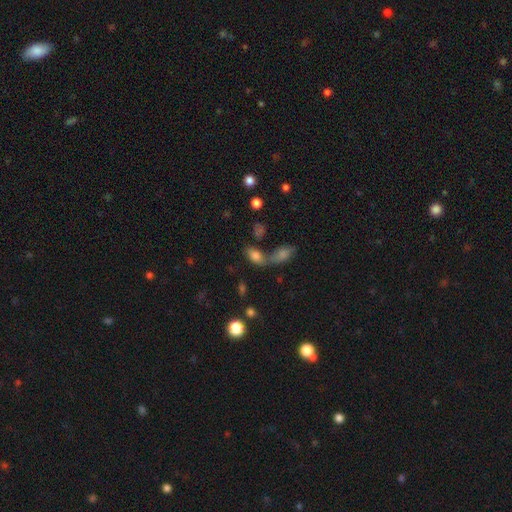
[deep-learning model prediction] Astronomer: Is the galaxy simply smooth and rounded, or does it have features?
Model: smooth — 77%.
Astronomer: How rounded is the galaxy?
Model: in between — 88%.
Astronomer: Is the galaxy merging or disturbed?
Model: none — 41% (runner-up: merger, 40%).